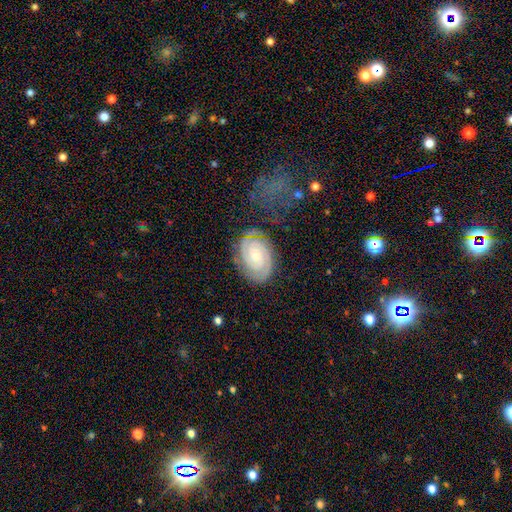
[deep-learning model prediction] A featured or disk galaxy (85%) with no bar (63%), 2 (73%) tight (78%) spiral arms (98%) and a small central bulge (53%).

Vote fractions:
- Smooth or featured? featured or disk: 85% / smooth: 9% / star or artifact: 5%
- Edge-on disk? no: 97% / yes: 3%
- Bar? no: 63% / weak: 30% / strong: 7%
- Spiral arms? yes: 98% / no: 2%
- Spiral winding? tight: 78% / medium: 19% / loose: 3%
- Spiral arm count? 2: 73% / can't tell: 11% / 3: 9% / 4: 3% / 1: 3% / more than 4: 2%
- Bulge size? small: 53% / moderate: 35% / none: 6% / large: 4% / dominant: 1%
- Merging? none: 79% / minor disturbance: 14% / major disturbance: 6% / merger: 2%